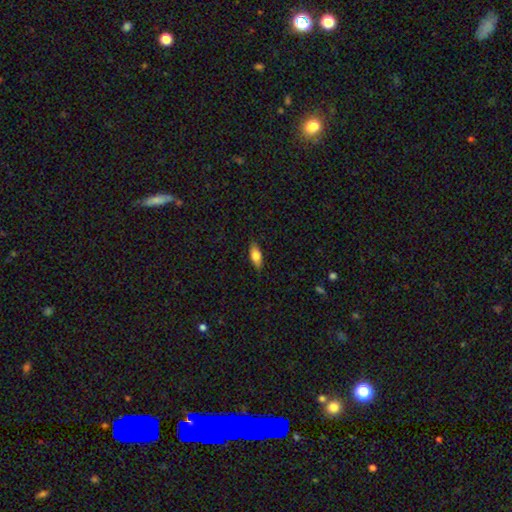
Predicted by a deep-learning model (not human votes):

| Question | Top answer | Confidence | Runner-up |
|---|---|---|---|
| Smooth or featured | smooth | 74% | featured or disk (19%) |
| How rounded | in between | 79% | cigar-shaped (18%) |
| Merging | none | 83% | minor disturbance (13%) |